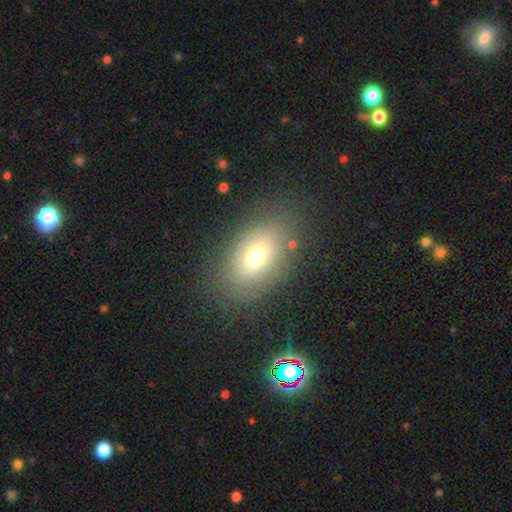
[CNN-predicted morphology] Smooth or featured? smooth (67%)
How rounded? in between (83%)
Merging? none (80%)